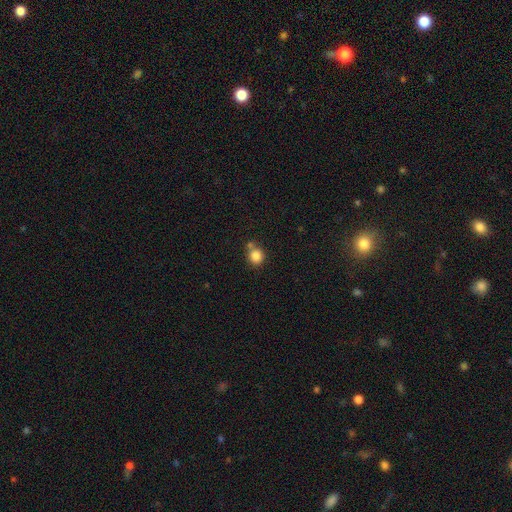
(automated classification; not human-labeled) Q: Smooth or featured?
A: smooth (84%); runner-up: star or artifact (10%)
Q: How rounded?
A: round (85%); runner-up: in between (14%)
Q: Merging?
A: none (61%); runner-up: merger (24%)